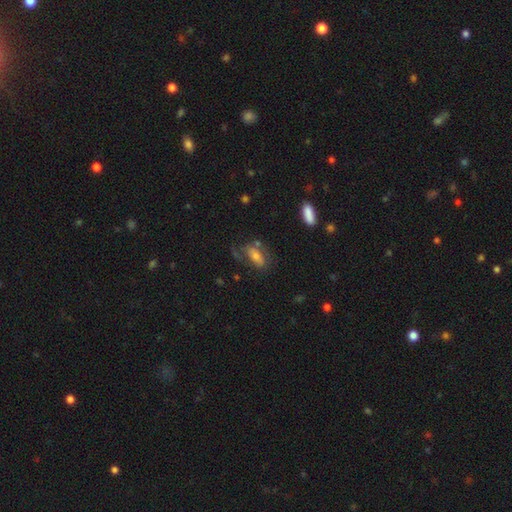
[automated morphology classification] Smooth or featured? Predicted: smooth (p=0.53). How rounded? Predicted: in between (p=0.80). Merging? Predicted: none (p=0.52).